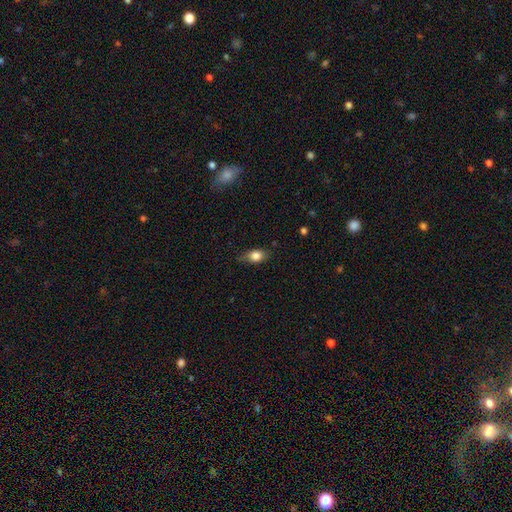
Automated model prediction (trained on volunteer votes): smooth_or_featured: smooth (p=0.80) [alt: featured or disk p=0.12]
how_rounded: in between (p=0.75) [alt: round p=0.19]
merging: none (p=0.66) [alt: minor disturbance p=0.27]